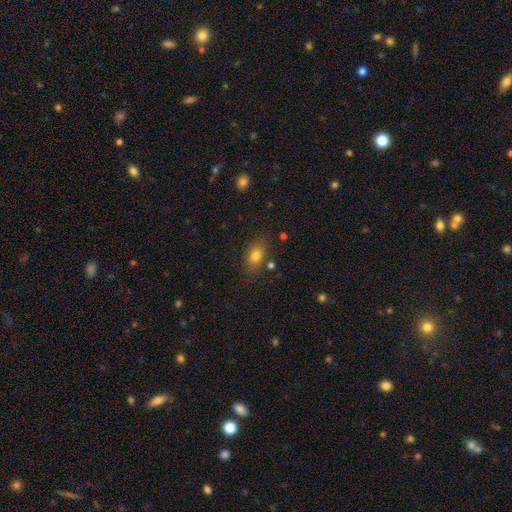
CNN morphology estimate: A smooth galaxy with no disk features (79%) that is in between round and cigar-shaped (80%). Merging: none (79%).